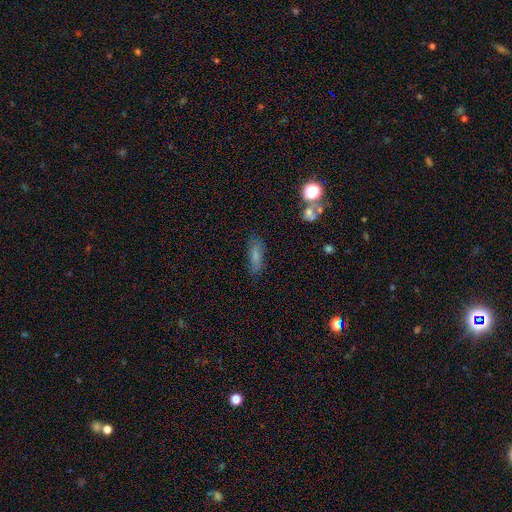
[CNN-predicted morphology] This is likely a smooth galaxy (74%). How rounded: possibly in between (56%). Merging: likely none (73%).